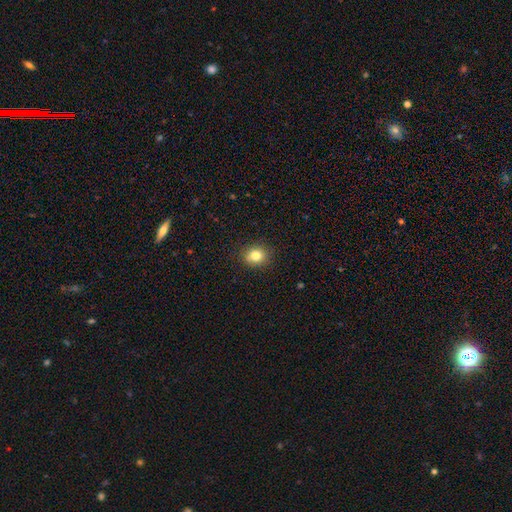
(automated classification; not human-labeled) Smooth or featured? Predicted: smooth (p=0.82). How rounded? Predicted: round (p=0.68). Merging? Predicted: none (p=0.90).